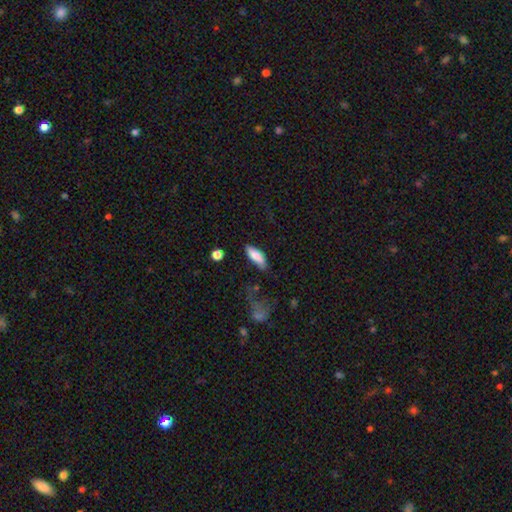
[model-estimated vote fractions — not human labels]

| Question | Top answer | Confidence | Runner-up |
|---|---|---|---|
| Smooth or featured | smooth | 79% | featured or disk (15%) |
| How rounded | in between | 66% | cigar-shaped (32%) |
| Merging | none | 70% | minor disturbance (21%) |